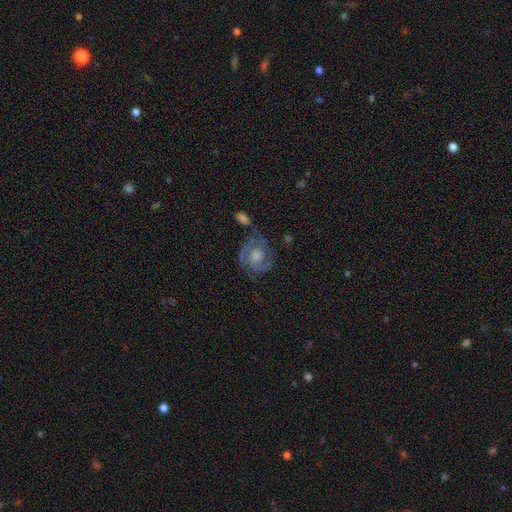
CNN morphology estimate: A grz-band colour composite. It shows a featured or disk galaxy (81%) with no bar (62%), 2 (73%) tight (54%) spiral arms (95%) and a moderate central bulge (53%). Merging: none (70%).